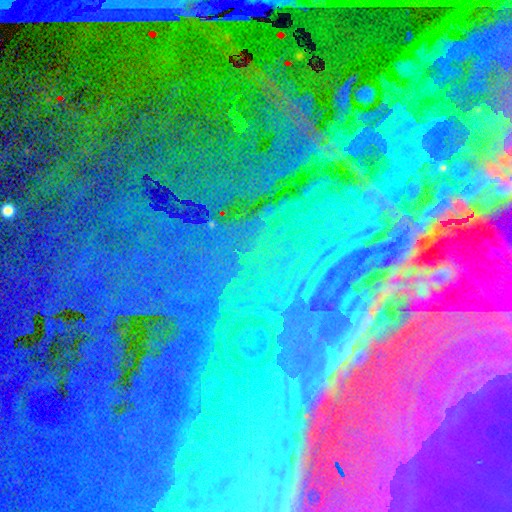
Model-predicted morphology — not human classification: smooth-or-featured: star or artifact: 86% | featured or disk: 8% | smooth: 6%